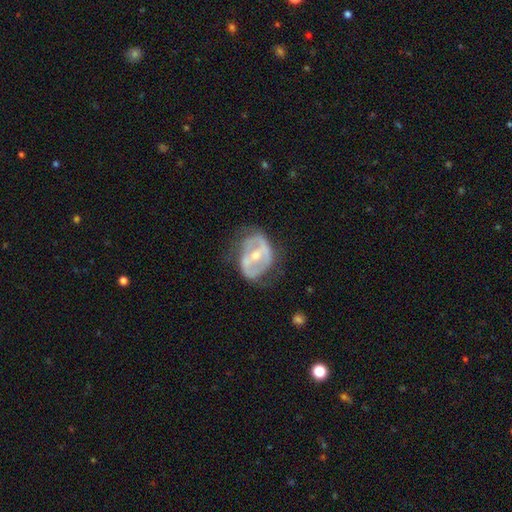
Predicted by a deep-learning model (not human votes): This appears to be a featured or disk galaxy (74%) with a strong bar (49%), no spiral arms (55%) and a moderate central bulge (57%). Merging: none (50%).